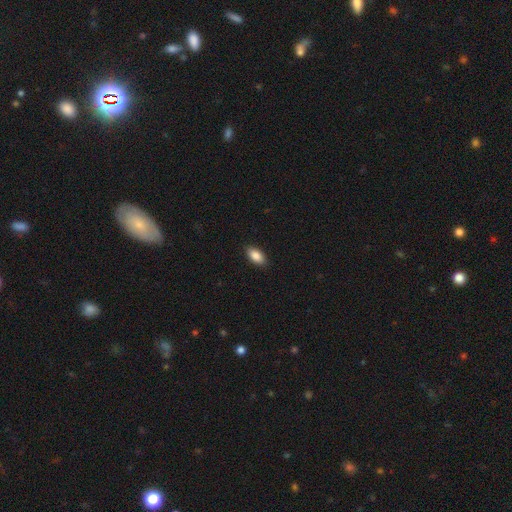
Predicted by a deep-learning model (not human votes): Smooth or featured: smooth — 88% (star or artifact — 7%)
How rounded: in between — 93% (cigar-shaped — 4%)
Merging: none — 89% (minor disturbance — 8%)